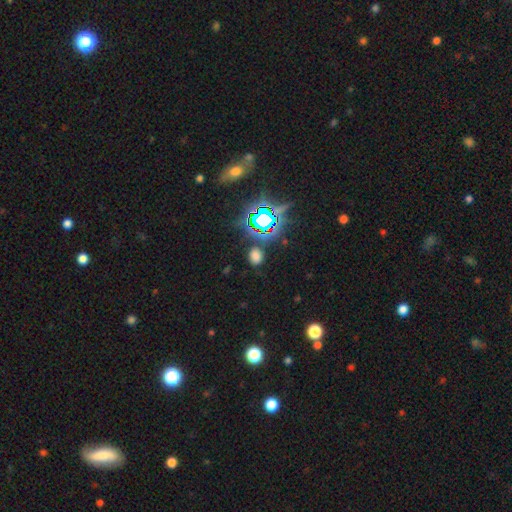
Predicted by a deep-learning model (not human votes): A smooth galaxy with no disk features (58%) that is round (51%).

Vote fractions:
- Smooth or featured? smooth: 58% / star or artifact: 35% / featured or disk: 7%
- How rounded? round: 51% / in between: 48% / cigar-shaped: 2%
- Merging? none: 81% / minor disturbance: 11% / major disturbance: 4% / merger: 3%